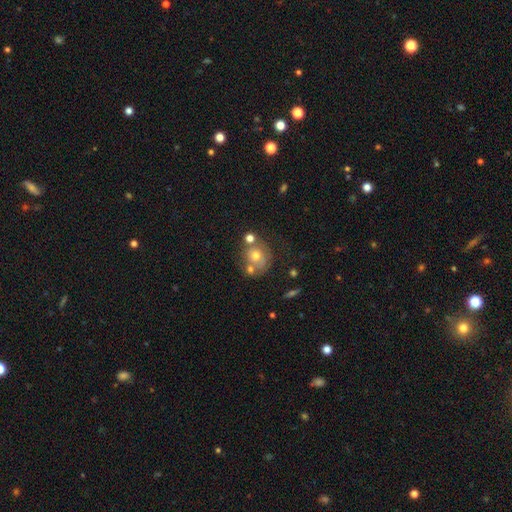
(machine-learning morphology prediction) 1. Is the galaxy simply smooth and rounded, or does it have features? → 52% smooth, 37% featured or disk, 11% star or artifact.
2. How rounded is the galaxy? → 74% round, 25% in between, 1% cigar-shaped.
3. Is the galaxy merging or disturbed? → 48% none, 24% merger, 18% minor disturbance, 10% major disturbance.